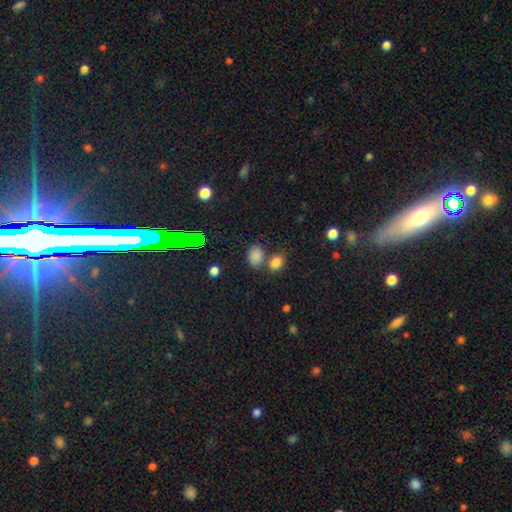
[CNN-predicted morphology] The model was most divided on "merging": none: 59%, merger: 24%, minor disturbance: 12%, major disturbance: 5%. More confident: smooth or featured — smooth (79%); how rounded — in between (69%).